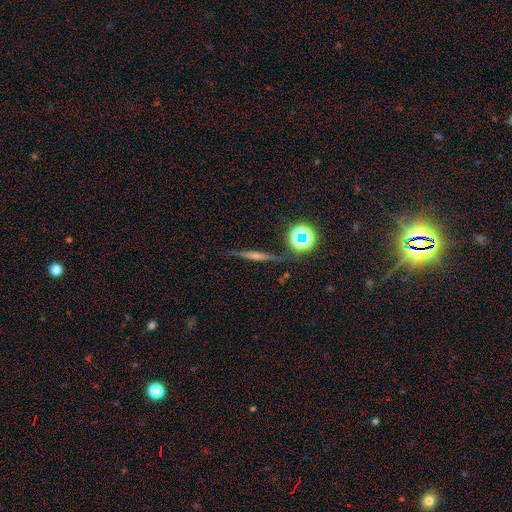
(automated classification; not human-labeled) Smooth or featured: featured or disk — 46% (smooth — 34%)
Merging: none — 85% (minor disturbance — 9%)